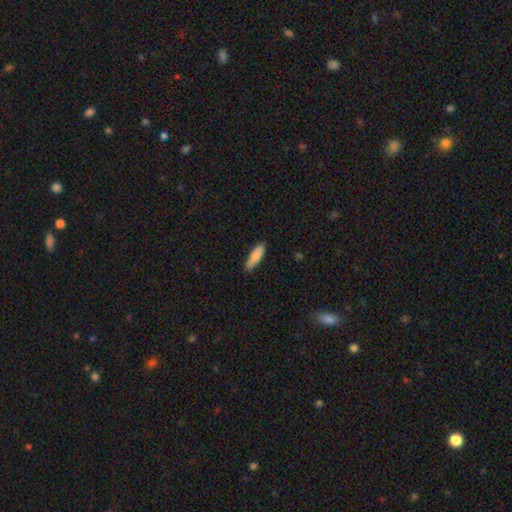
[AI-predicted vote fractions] Smooth or featured? smooth (86%)
How rounded? cigar-shaped (60%)
Merging? none (79%)